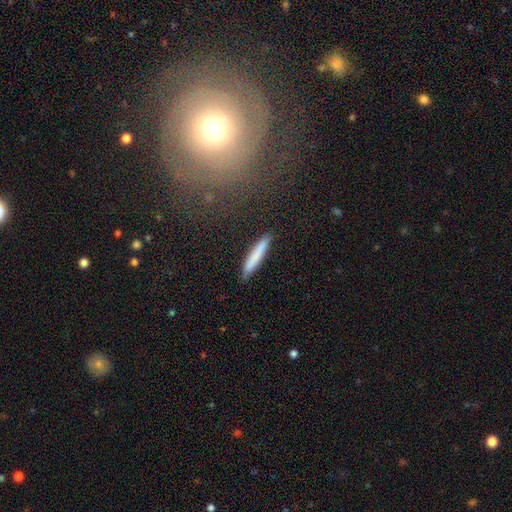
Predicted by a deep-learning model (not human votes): Q: Smooth or featured?
A: smooth (78%); runner-up: featured or disk (16%)
Q: How rounded?
A: cigar-shaped (94%); runner-up: in between (5%)
Q: Merging?
A: none (89%); runner-up: minor disturbance (8%)